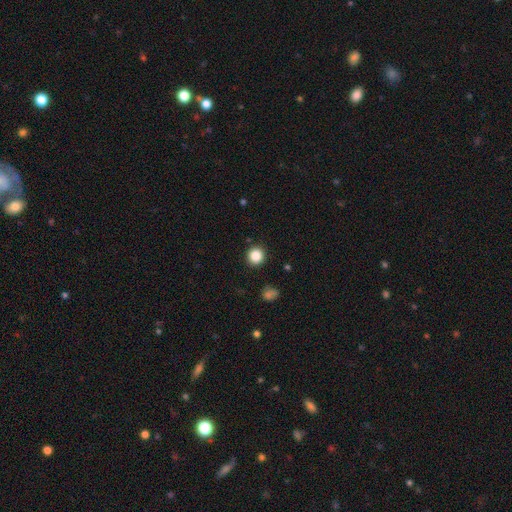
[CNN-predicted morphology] Smooth or featured? Predicted: smooth (p=0.86). How rounded? Predicted: round (p=0.93). Merging? Predicted: none (p=0.91).